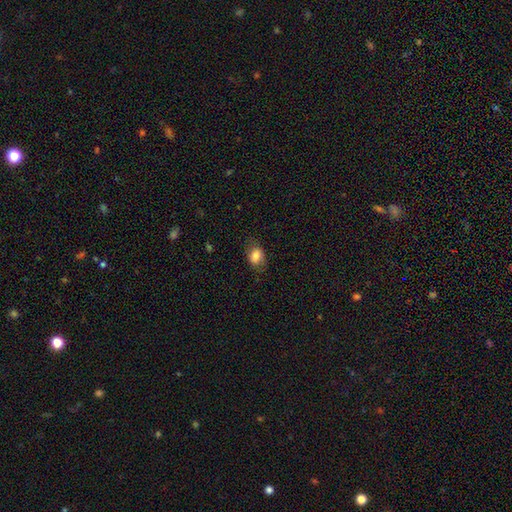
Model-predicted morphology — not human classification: Smooth or featured? Predicted: smooth (p=0.79). How rounded? Predicted: in between (p=0.74). Merging? Predicted: none (p=0.72).